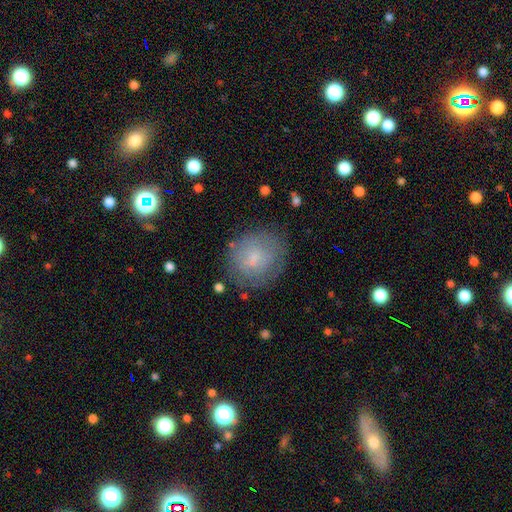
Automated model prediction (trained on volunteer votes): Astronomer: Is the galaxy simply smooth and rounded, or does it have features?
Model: smooth — 64%.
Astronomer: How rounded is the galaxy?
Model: round — 73%.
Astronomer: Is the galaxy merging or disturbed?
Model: none — 74%.